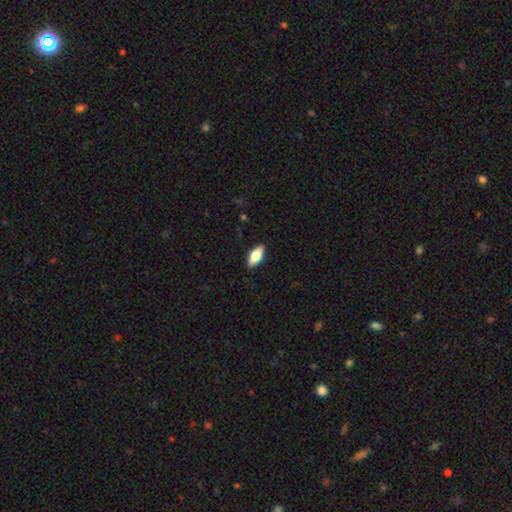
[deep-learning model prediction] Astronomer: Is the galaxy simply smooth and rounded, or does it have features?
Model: smooth — 65%.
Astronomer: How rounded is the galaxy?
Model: in between — 80%.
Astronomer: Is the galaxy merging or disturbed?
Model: none — 89%.